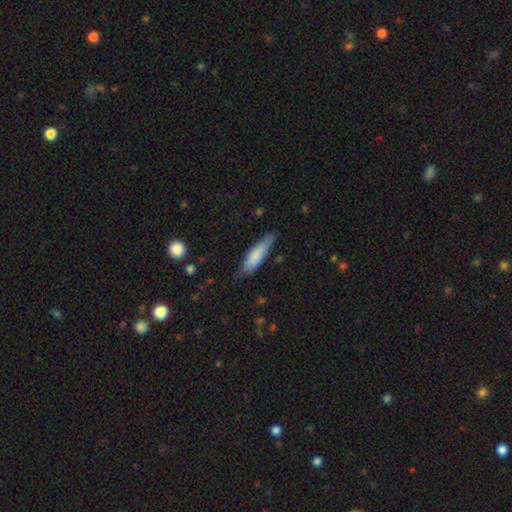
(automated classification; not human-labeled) This appears to be a smooth galaxy with no disk features (79%) that is cigar-shaped (67%). Merging: none (75%).